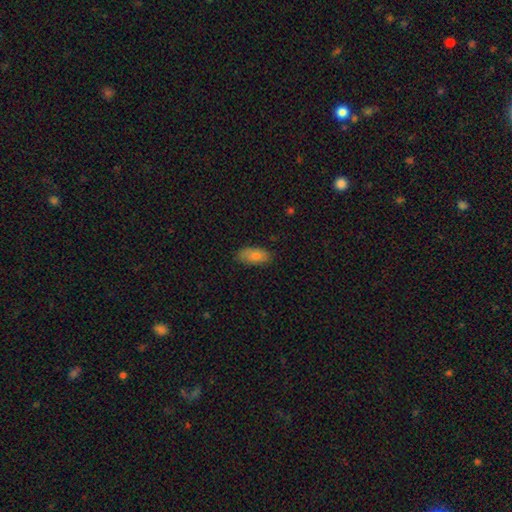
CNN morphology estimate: Smooth or featured?
  - smooth: 77% *
  - featured or disk: 15%
  - star or artifact: 8%
How rounded?
  - in between: 91% *
  - cigar-shaped: 6%
  - round: 4%
Merging?
  - none: 82% *
  - minor disturbance: 14%
  - major disturbance: 2%
  - merger: 1%